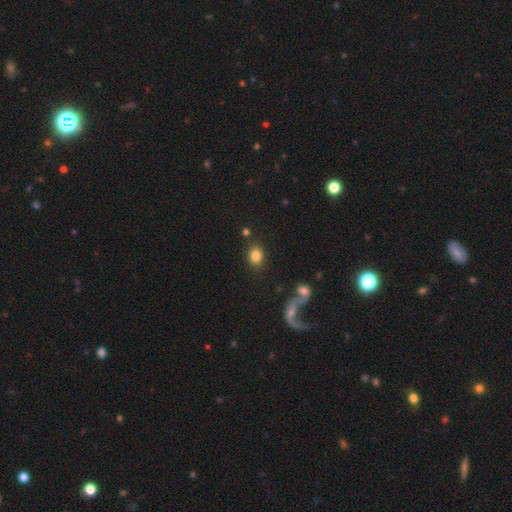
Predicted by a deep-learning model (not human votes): A smooth galaxy with no disk features (84%) that is in between round and cigar-shaped (57%). Merging: none (80%).